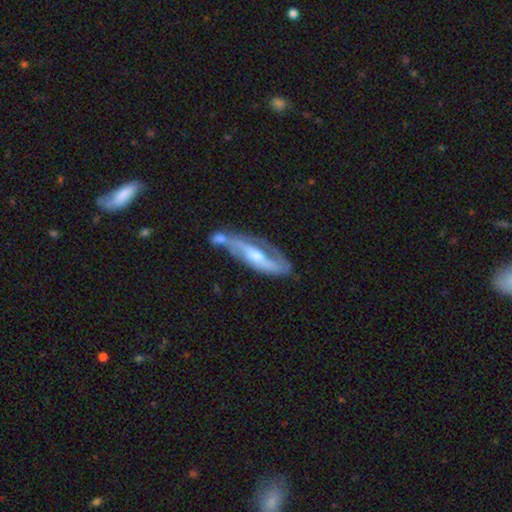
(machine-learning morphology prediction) Q: Smooth or featured?
A: featured or disk (78%); runner-up: smooth (17%)
Q: Edge-on disk?
A: no (82%); runner-up: yes (18%)
Q: Bar?
A: weak (39%); runner-up: no (33%)
Q: Spiral arms?
A: yes (89%); runner-up: no (11%)
Q: Spiral winding?
A: medium (43%); runner-up: loose (35%)
Q: Spiral arm count?
A: 2 (78%); runner-up: can't tell (10%)
Q: Bulge size?
A: moderate (57%); runner-up: small (30%)
Q: Merging?
A: none (35%); runner-up: merger (29%)